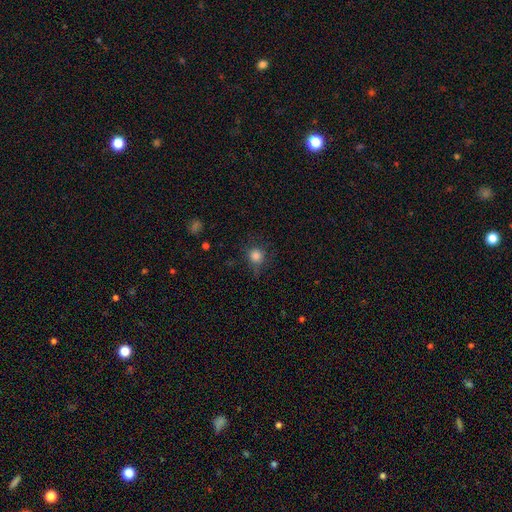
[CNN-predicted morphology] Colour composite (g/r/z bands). It shows a smooth galaxy with no disk features (82%) that is round (89%). Merging: none (72%).